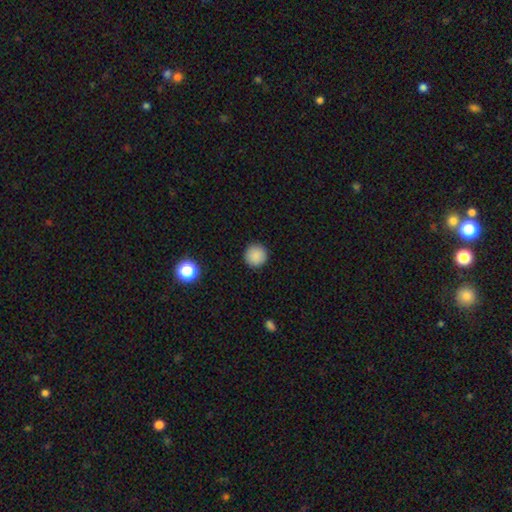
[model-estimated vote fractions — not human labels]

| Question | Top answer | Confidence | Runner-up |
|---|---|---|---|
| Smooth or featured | smooth | 87% | star or artifact (10%) |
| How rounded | round | 96% | in between (3%) |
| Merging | none | 93% | minor disturbance (5%) |